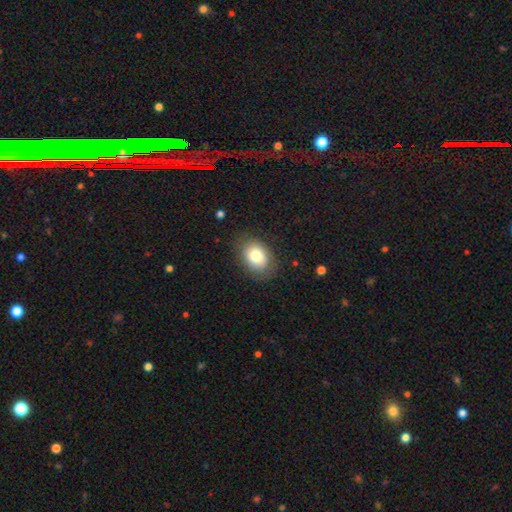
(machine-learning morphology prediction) Smooth or featured?
  - smooth: 77% *
  - featured or disk: 14%
  - star or artifact: 8%
How rounded?
  - in between: 70% *
  - round: 29%
  - cigar-shaped: 1%
Merging?
  - none: 80% *
  - minor disturbance: 14%
  - major disturbance: 5%
  - merger: 1%